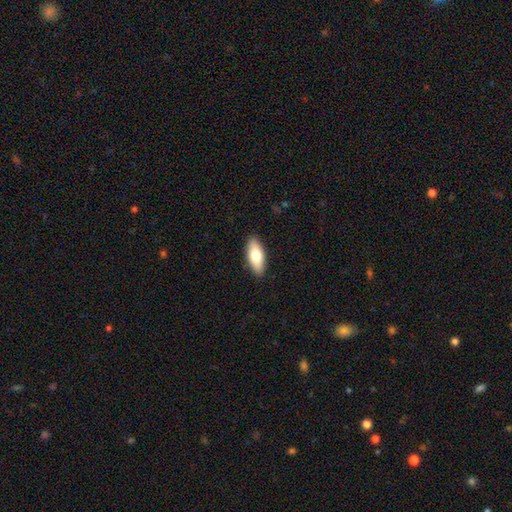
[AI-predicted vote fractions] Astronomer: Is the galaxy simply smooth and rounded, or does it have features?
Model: smooth — 73%.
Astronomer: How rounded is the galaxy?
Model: in between — 79%.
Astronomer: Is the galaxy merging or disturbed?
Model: none — 89%.